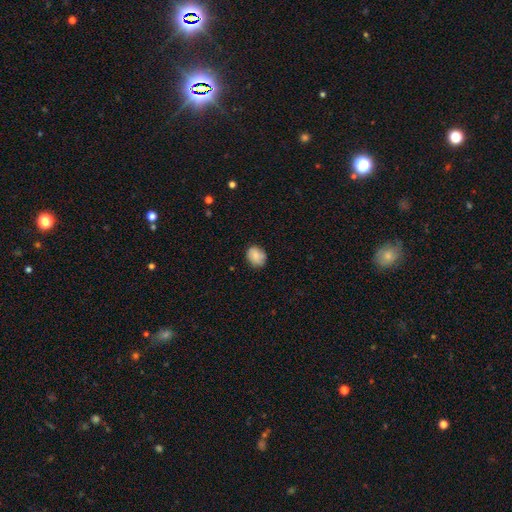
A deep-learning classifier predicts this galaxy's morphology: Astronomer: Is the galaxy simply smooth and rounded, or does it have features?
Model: smooth — 80%.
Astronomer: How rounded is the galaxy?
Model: in between — 52% (runner-up: round, 47%).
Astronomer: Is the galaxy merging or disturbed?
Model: none — 78%.